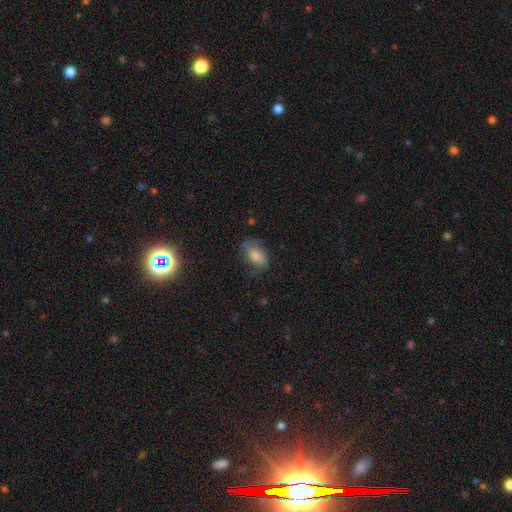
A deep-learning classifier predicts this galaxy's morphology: Overall: smooth (56%; featured or disk 25%). How rounded: in between (84%). Merging: none (60%; minor disturbance 26%).